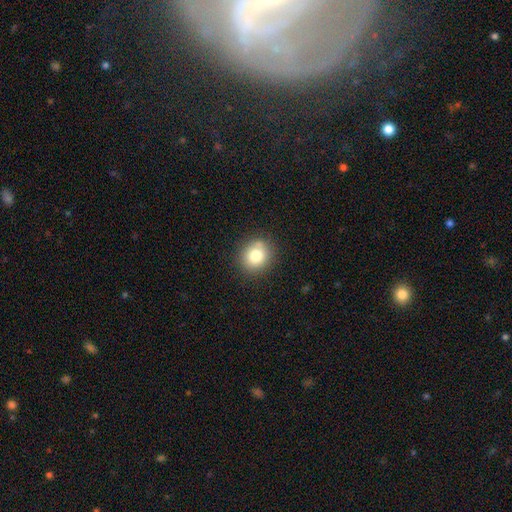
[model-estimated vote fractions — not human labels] This is likely a smooth galaxy (78%). How rounded: likely round (77%). Merging: clearly none (82%).